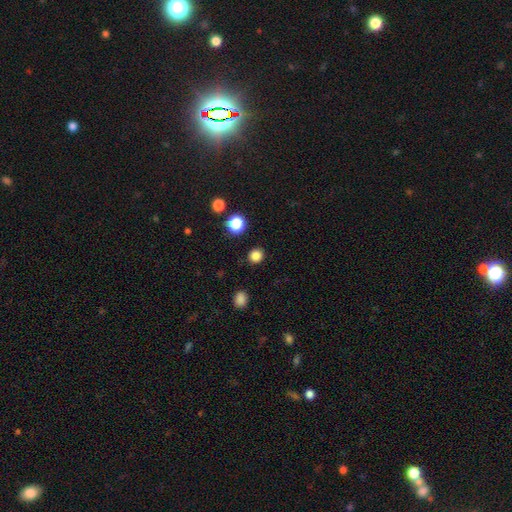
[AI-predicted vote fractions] Smooth or featured?
  - smooth: 84% *
  - star or artifact: 13%
  - featured or disk: 3%
How rounded?
  - round: 85% *
  - in between: 14%
  - cigar-shaped: 1%
Merging?
  - none: 90% *
  - minor disturbance: 6%
  - major disturbance: 2%
  - merger: 2%